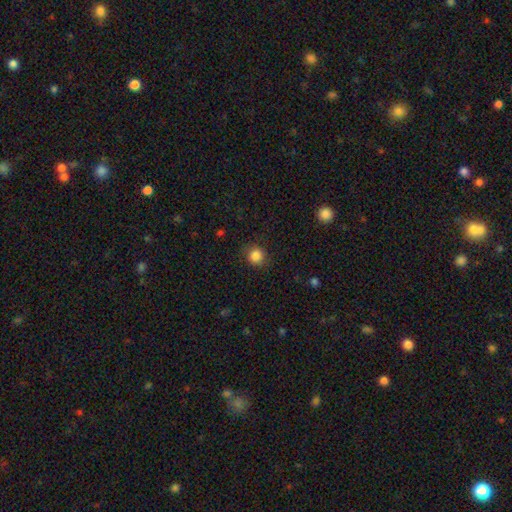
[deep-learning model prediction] Smooth or featured: smooth — 86% (star or artifact — 11%)
How rounded: round — 89% (in between — 10%)
Merging: none — 85% (minor disturbance — 10%)